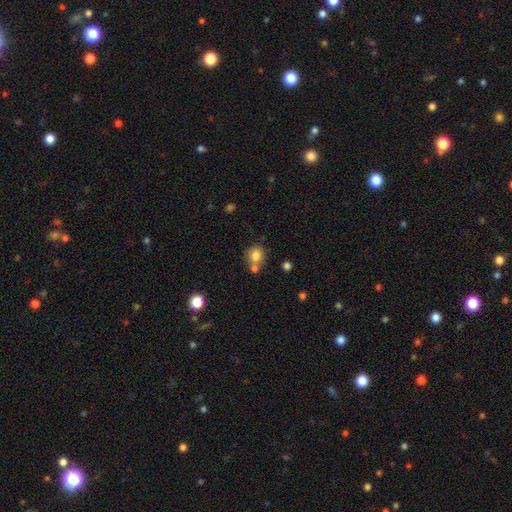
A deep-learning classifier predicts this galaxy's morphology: Smooth or featured: smooth — 81% (star or artifact — 11%)
How rounded: round — 77% (in between — 22%)
Merging: none — 55% (merger — 30%)